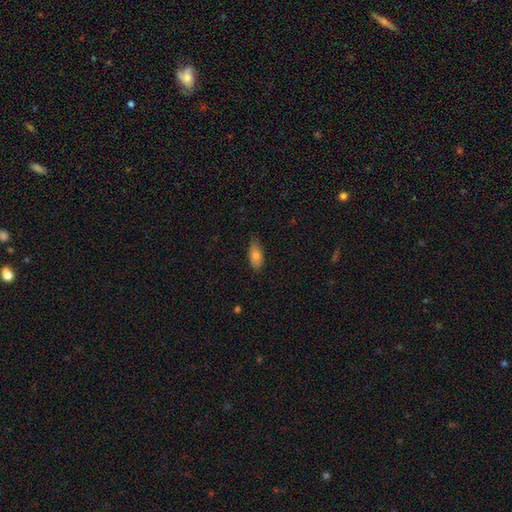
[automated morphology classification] smooth-or-featured: smooth: 78% | featured or disk: 15% | star or artifact: 7%
  how-rounded: in between: 87% | cigar-shaped: 10% | round: 3%
  merging: none: 77% | minor disturbance: 19% | major disturbance: 3% | merger: 1%